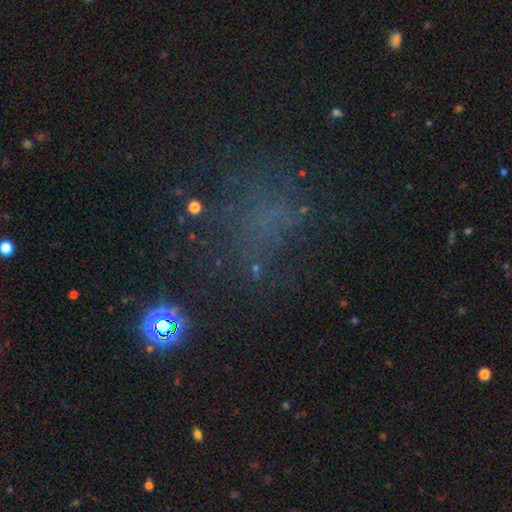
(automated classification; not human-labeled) smooth-or-featured: star or artifact: 45% | smooth: 36% | featured or disk: 20%